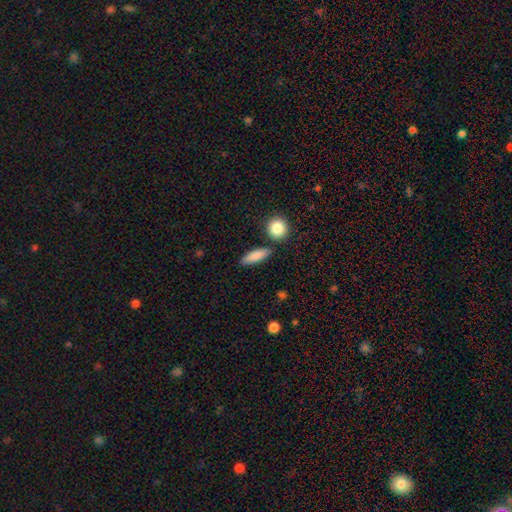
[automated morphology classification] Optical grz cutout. It shows a smooth galaxy with no disk features (84%) that is in between round and cigar-shaped (48%). Merging: none (81%).